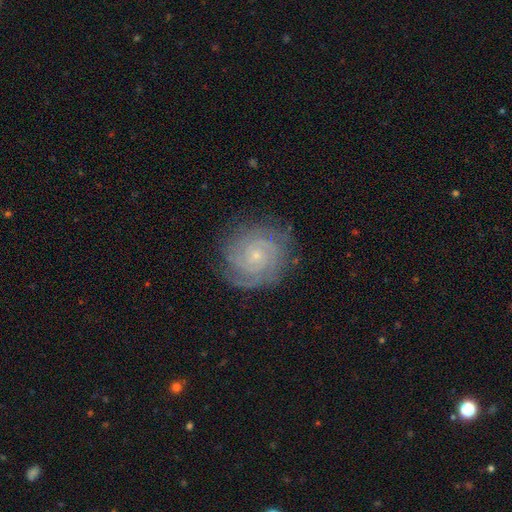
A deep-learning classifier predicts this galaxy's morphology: Overall: featured or disk (84%). Edge-on disk: no (98%). Bar: no (76%). Spiral arms: yes (97%). Spiral arm count: 2 (32%; 3 23%). Spiral winding: tight (81%). Bulge size: small (82%). Merging: none (82%).